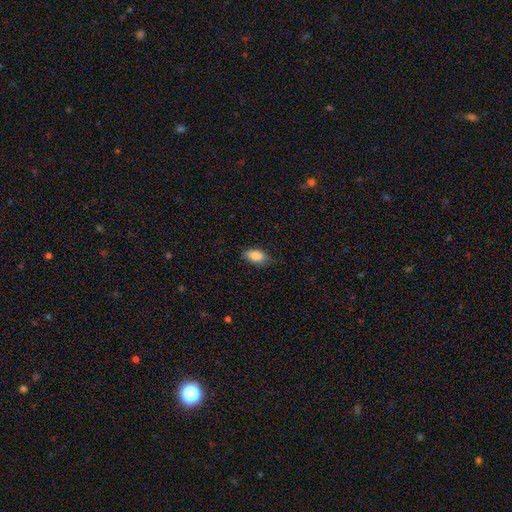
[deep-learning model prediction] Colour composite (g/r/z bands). It shows a smooth galaxy with no disk features (86%) that is in between round and cigar-shaped (91%). Merging: none (76%).